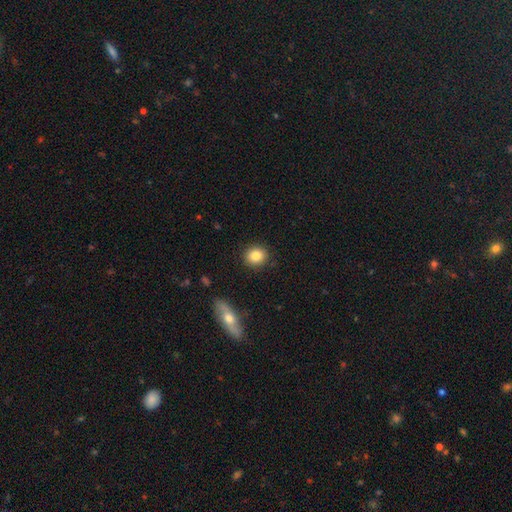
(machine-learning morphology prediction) smooth_or_featured: smooth (p=0.84) [alt: star or artifact p=0.08]
how_rounded: round (p=0.79) [alt: in between p=0.20]
merging: none (p=0.90) [alt: minor disturbance p=0.07]